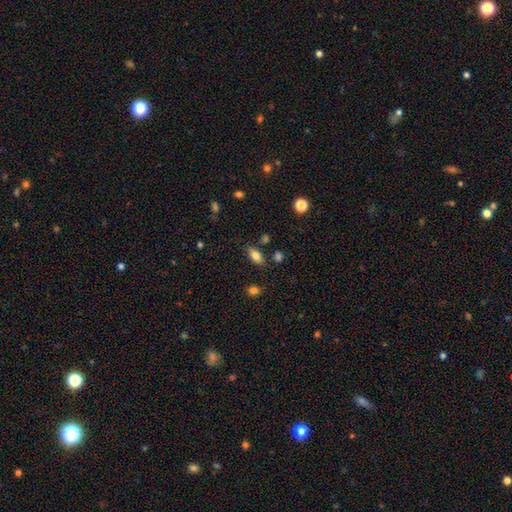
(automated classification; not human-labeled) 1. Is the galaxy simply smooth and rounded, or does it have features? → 81% smooth, 10% featured or disk, 9% star or artifact.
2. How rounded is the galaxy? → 87% in between, 7% cigar-shaped, 5% round.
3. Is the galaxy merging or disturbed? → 80% none, 13% minor disturbance, 4% merger, 3% major disturbance.